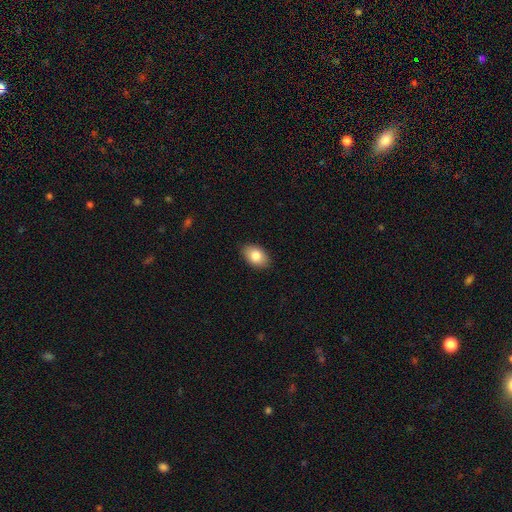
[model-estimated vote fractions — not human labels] The model was most divided on "smooth or featured": smooth: 83%, featured or disk: 10%, star or artifact: 7%. More confident: how rounded — in between (89%); merging — none (89%).